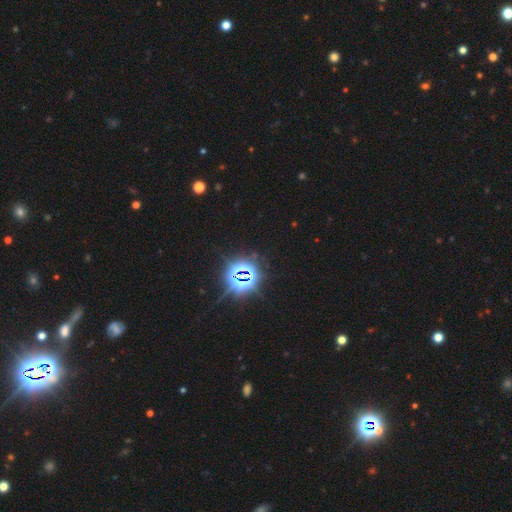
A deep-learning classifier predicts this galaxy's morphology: Smooth or featured? star or artifact (82%)